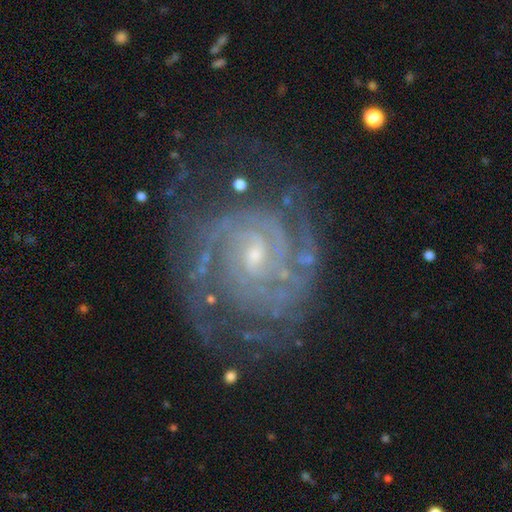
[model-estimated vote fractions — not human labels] This appears to be a featured or disk galaxy (90%) with no bar (50%), 2 (38%) tight (71%) spiral arms (97%) and a small central bulge (67%). Merging: none (68%).